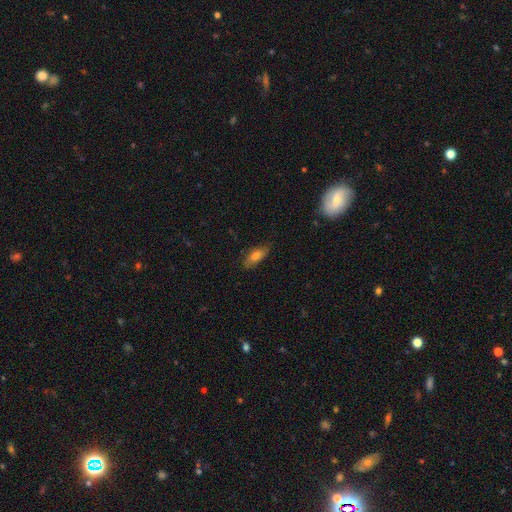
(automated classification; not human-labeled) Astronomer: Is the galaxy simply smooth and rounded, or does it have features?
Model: smooth — 70%.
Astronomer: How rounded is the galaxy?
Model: in between — 77%.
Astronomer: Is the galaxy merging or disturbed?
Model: none — 76%.